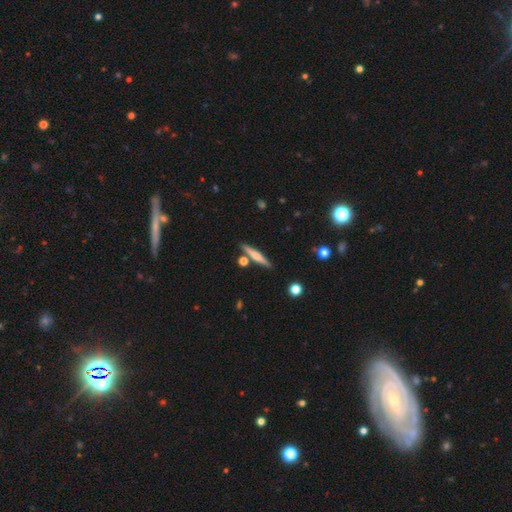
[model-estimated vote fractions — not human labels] Q: Smooth or featured?
A: featured or disk (49%); runner-up: smooth (44%)
Q: Merging?
A: none (84%); runner-up: minor disturbance (8%)